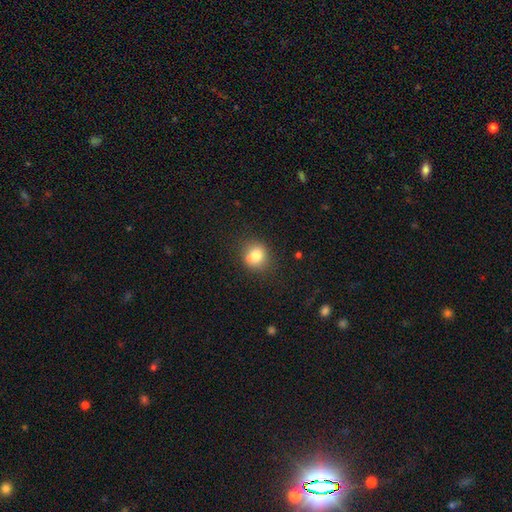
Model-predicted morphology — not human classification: A smooth galaxy with no disk features (77%) that is round (81%). Merging: none (69%).